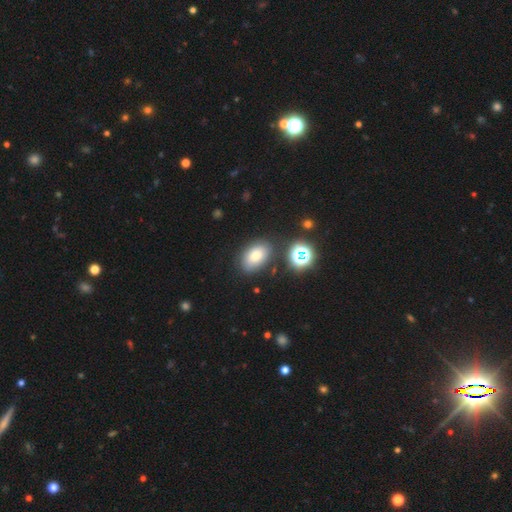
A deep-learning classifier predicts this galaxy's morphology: This is likely a smooth galaxy (74%). How rounded: clearly in between (87%). Merging: likely none (80%).